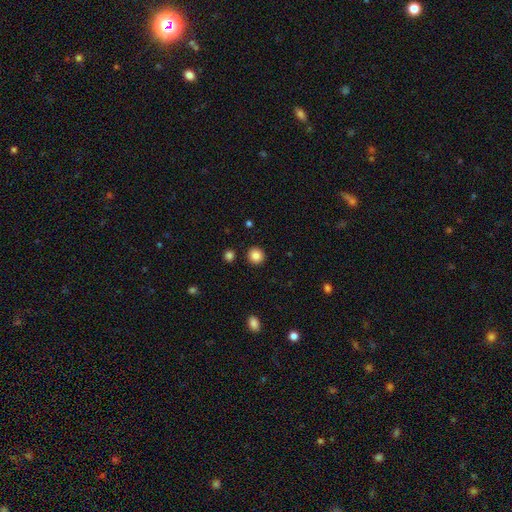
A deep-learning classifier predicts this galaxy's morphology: Smooth or featured? smooth (86%)
How rounded? round (94%)
Merging? none (91%)